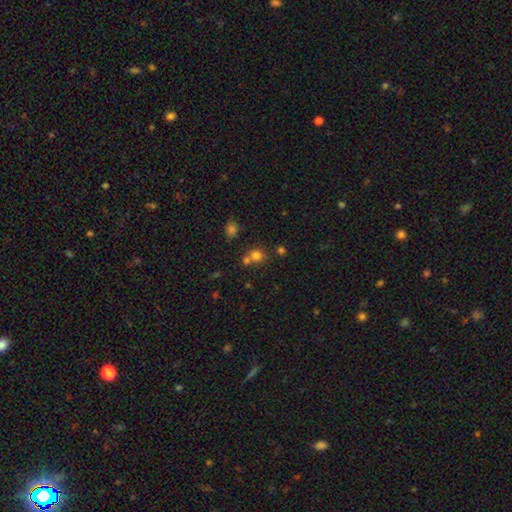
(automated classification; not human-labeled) Overall: smooth (74%). How rounded: round (82%). Merging: none (54%; merger 36%).